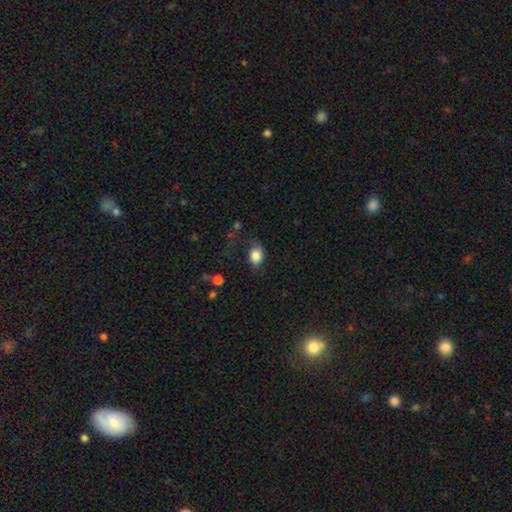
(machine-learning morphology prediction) The model was most divided on "how rounded": in between: 59%, round: 40%, cigar-shaped: 1%. More confident: smooth or featured — smooth (83%); merging — none (53%).